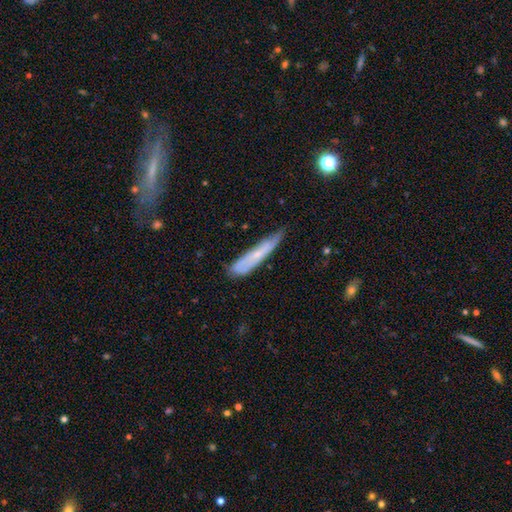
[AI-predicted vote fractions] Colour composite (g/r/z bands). It shows a smooth galaxy with no disk features (54%) that is cigar-shaped (88%). Merging: none (51%).